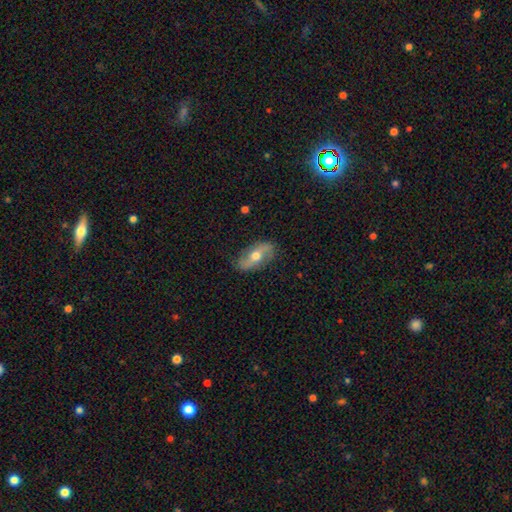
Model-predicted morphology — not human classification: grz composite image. It shows a featured or disk galaxy (65%) with no bar (45%), spiral arms (79%) and a moderate central bulge (77%). Merging: none (82%).